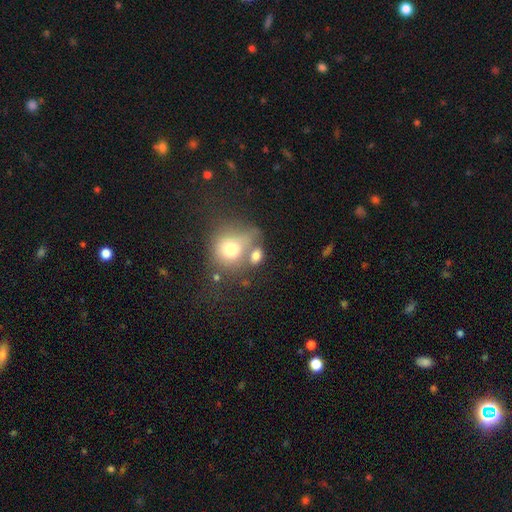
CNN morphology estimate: Smooth or featured: smooth — 73% (featured or disk — 15%)
How rounded: in between — 55% (round — 43%)
Merging: merger — 38% (none — 37%)